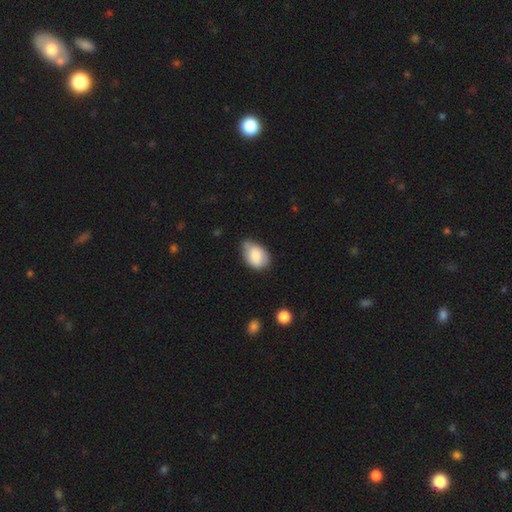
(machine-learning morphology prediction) Overall: smooth (80%). How rounded: in between (81%). Merging: none (48%; minor disturbance 41%).